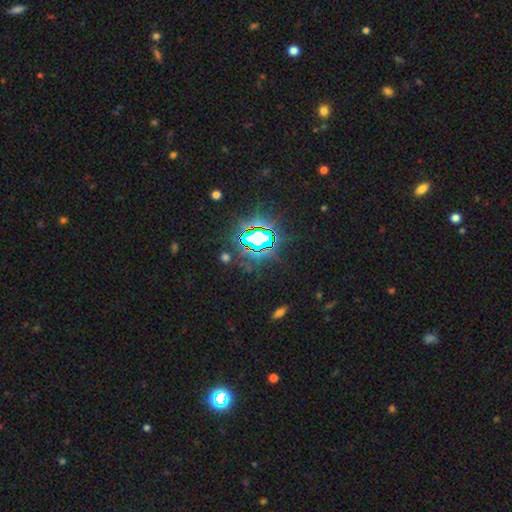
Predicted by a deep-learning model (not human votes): A star or artifact, not a galaxy (84%).